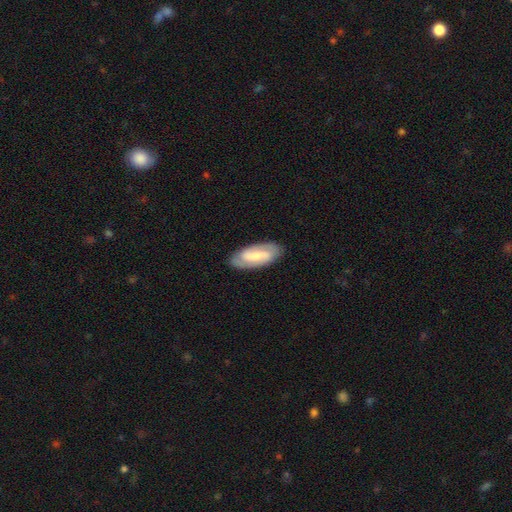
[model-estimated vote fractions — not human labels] This appears to be a featured or disk galaxy (68%) with a weak bar (42%), 2 (84%) medium (43%) spiral arms (88%) and a small central bulge (47%). Merging: none (85%).